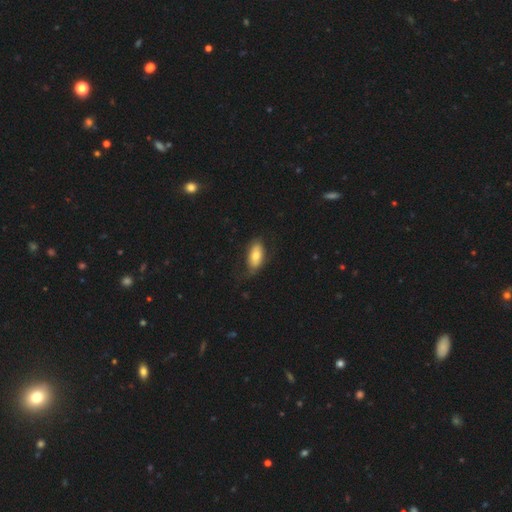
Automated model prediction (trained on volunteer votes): The model was most divided on "merging": none: 65%, minor disturbance: 23%, major disturbance: 10%, merger: 1%. More confident: how rounded — in between (89%); smooth or featured — smooth (73%).